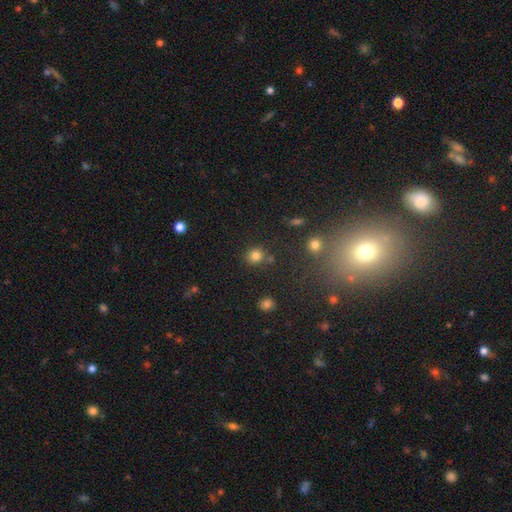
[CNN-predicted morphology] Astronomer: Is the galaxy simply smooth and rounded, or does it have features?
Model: smooth — 80%.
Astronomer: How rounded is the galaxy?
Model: round — 86%.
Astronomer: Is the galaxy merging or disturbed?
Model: none — 78%.